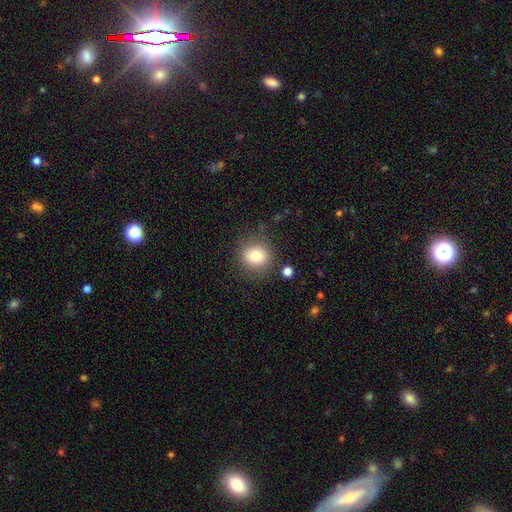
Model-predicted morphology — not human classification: This is likely a smooth galaxy (79%). How rounded: clearly round (85%). Merging: clearly none (83%).